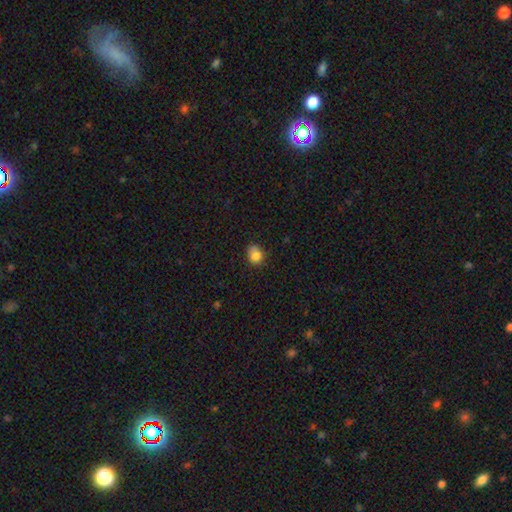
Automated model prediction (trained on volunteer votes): This appears to be a smooth galaxy with no disk features (81%) that is round (65%). Merging: none (60%).